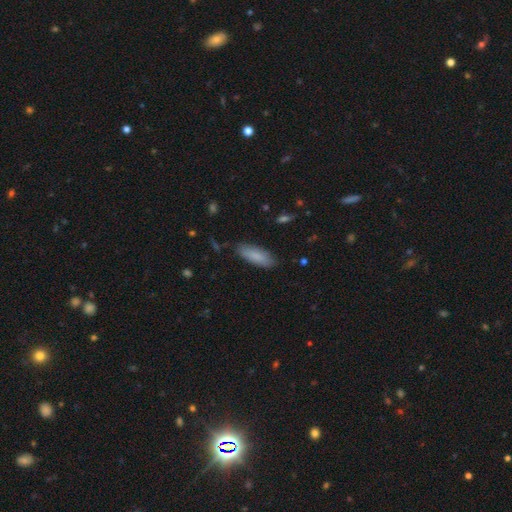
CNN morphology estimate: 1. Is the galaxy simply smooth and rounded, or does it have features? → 85% smooth, 9% featured or disk, 6% star or artifact.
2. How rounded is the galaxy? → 61% in between, 38% cigar-shaped, 2% round.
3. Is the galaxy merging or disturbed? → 84% none, 13% minor disturbance, 2% major disturbance, 1% merger.